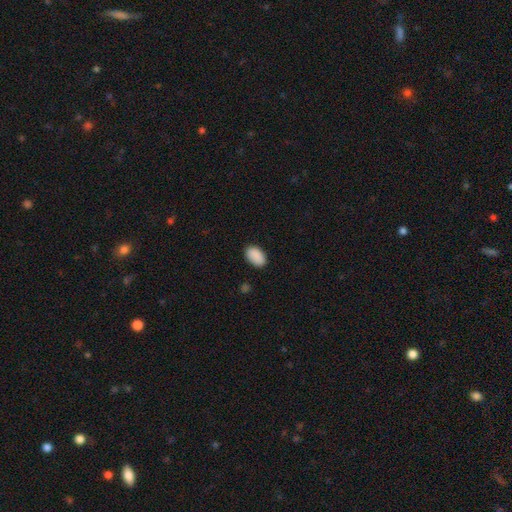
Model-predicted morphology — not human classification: The model was most divided on "merging": none: 86%, minor disturbance: 10%, major disturbance: 2%, merger: 1%. More confident: how rounded — in between (92%); smooth or featured — smooth (90%).